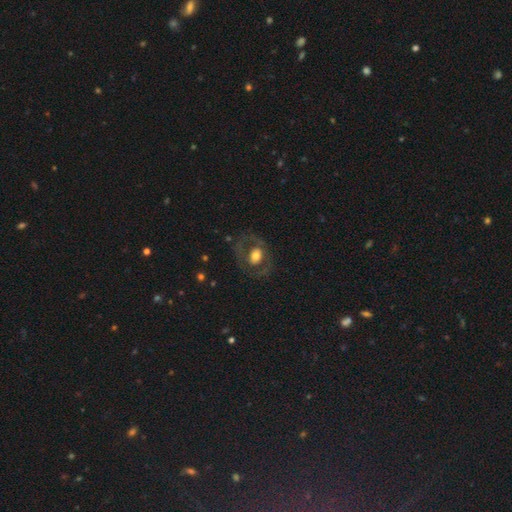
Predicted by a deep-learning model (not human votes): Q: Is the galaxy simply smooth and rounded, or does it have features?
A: featured or disk — 46%, tied with smooth.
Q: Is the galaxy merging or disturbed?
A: none — 71%.